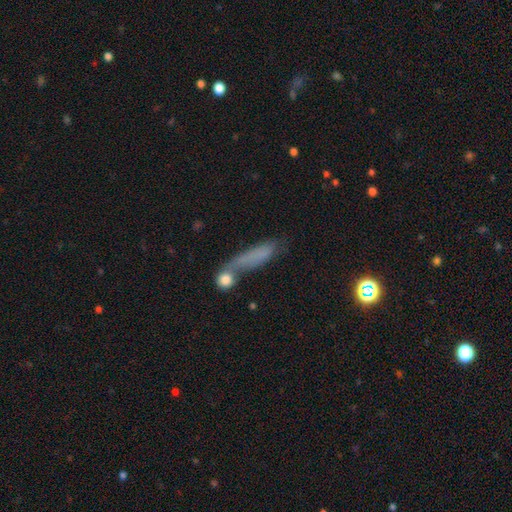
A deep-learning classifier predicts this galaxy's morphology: type=smooth (63%); roundness=cigar-shaped (68%); merging=none (41%).